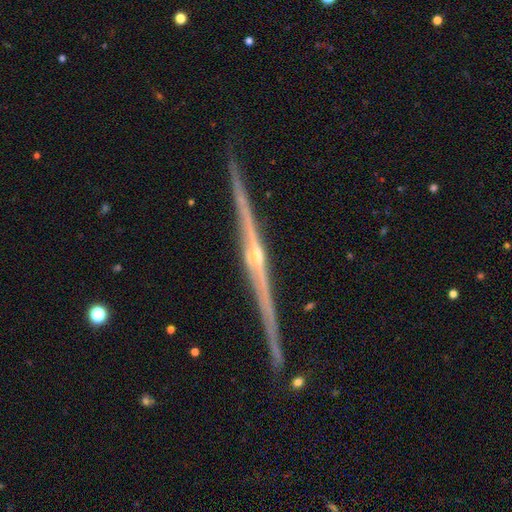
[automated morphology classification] A featured or disk galaxy (91%) viewed edge-on (99%) with a rounded central bulge (85%).

Vote fractions:
- Smooth or featured? featured or disk: 91% / star or artifact: 5% / smooth: 4%
- Edge-on disk? yes: 99% / no: 1%
- Edge-on bulge? rounded: 85% / none: 9% / boxy: 6%
- Merging? none: 92% / minor disturbance: 6% / major disturbance: 1% / merger: 1%